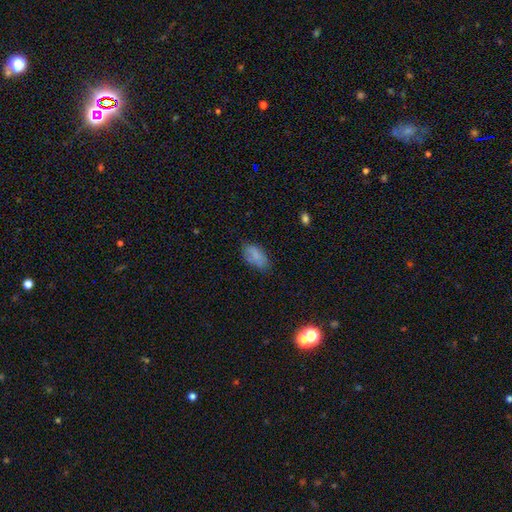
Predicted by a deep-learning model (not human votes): smooth 77%, featured or disk 13%, star or artifact 11%. Down the decision tree: how rounded — in between (92%); merging — none (64%).